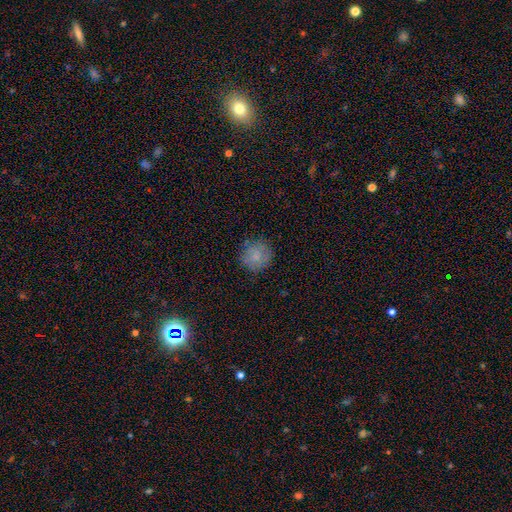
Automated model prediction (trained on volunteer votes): A smooth galaxy with no disk features (76%) that is round (89%). Merging: none (80%).